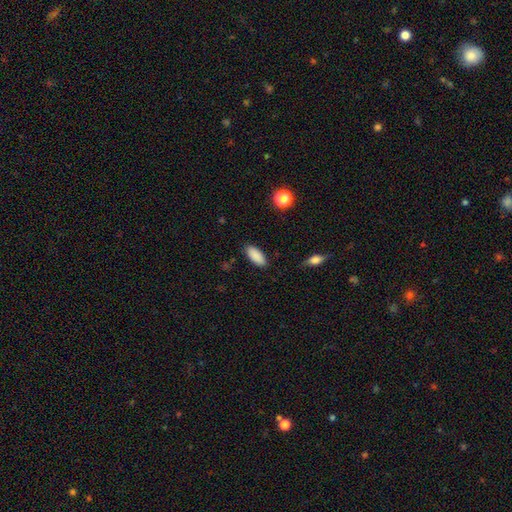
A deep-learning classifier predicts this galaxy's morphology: The model was most divided on "how rounded": in between: 85%, cigar-shaped: 13%, round: 2%. More confident: smooth or featured — smooth (89%); merging — none (87%).